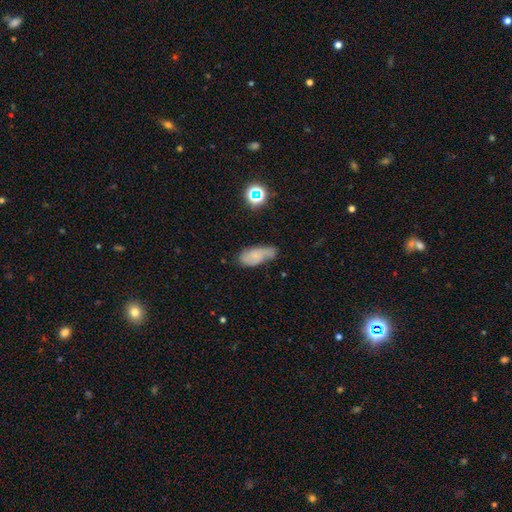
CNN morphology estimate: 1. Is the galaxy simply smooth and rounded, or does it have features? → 53% smooth, 35% featured or disk, 12% star or artifact.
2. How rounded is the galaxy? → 82% in between, 14% cigar-shaped, 4% round.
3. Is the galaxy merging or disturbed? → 49% none, 36% minor disturbance, 11% major disturbance, 3% merger.